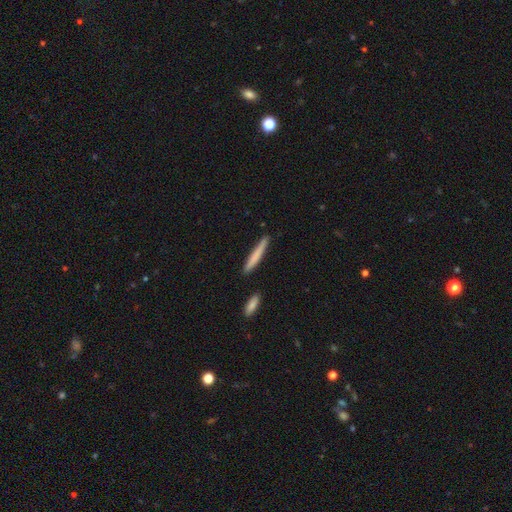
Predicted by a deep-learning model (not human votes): Smooth or featured: smooth — 73% (featured or disk — 22%)
How rounded: cigar-shaped — 96% (in between — 3%)
Merging: none — 88% (minor disturbance — 8%)